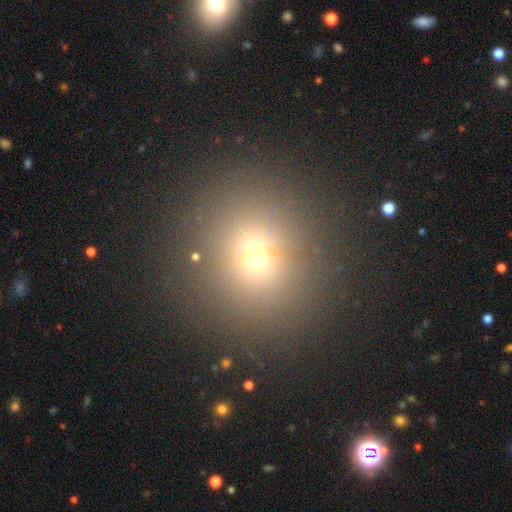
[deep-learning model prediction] smooth-or-featured: smooth: 64% | star or artifact: 26% | featured or disk: 9%
  how-rounded: round: 88% | in between: 11% | cigar-shaped: 1%
  merging: none: 88% | minor disturbance: 7% | major disturbance: 3% | merger: 2%